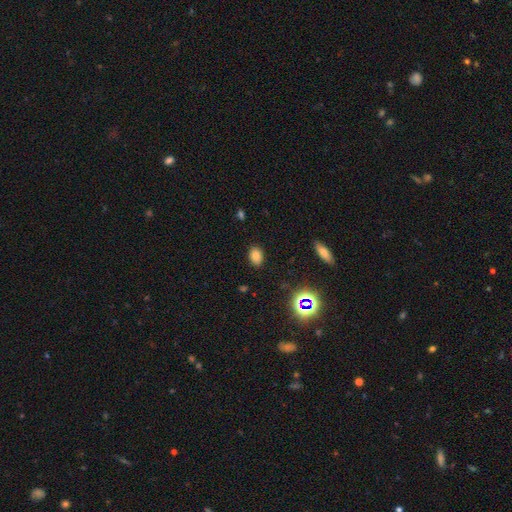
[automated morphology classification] Smooth or featured? smooth (78%)
How rounded? in between (76%)
Merging? none (87%)